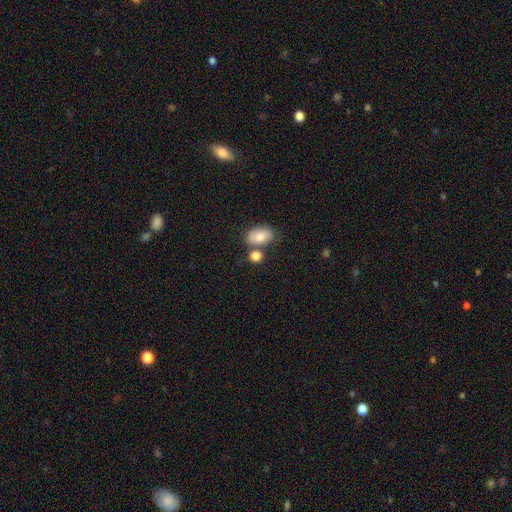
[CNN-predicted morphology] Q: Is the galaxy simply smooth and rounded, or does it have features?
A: smooth — 81%.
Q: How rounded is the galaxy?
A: round — 52%.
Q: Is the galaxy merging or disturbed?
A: none — 58%.